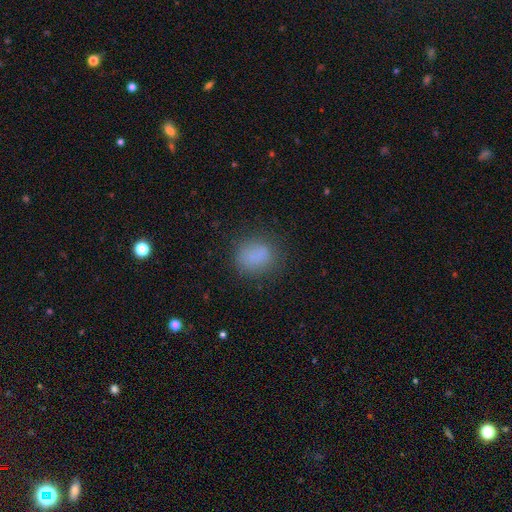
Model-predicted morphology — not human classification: Smooth or featured: smooth — 79% (star or artifact — 12%)
How rounded: round — 68% (in between — 31%)
Merging: none — 77% (minor disturbance — 14%)